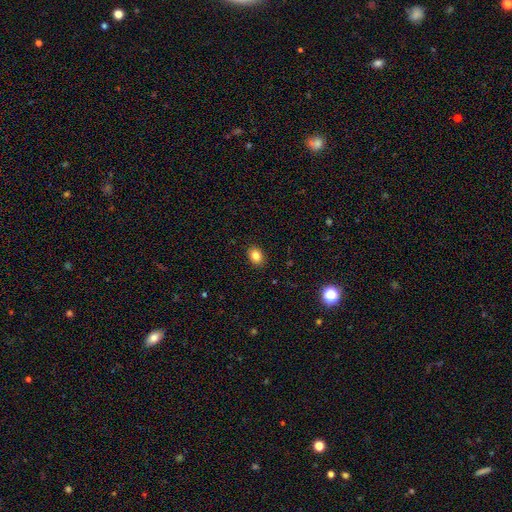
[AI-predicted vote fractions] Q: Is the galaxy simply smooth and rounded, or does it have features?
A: smooth — 85%.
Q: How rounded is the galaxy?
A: in between — 67%.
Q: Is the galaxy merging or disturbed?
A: none — 89%.